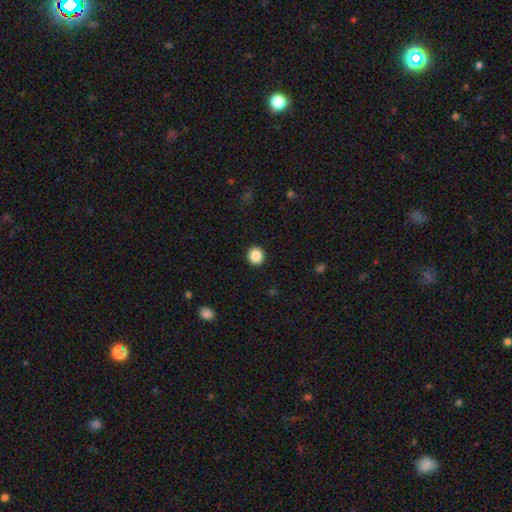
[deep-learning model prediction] Smooth or featured: smooth — 87% (star or artifact — 9%)
How rounded: round — 91% (in between — 8%)
Merging: none — 93% (minor disturbance — 5%)